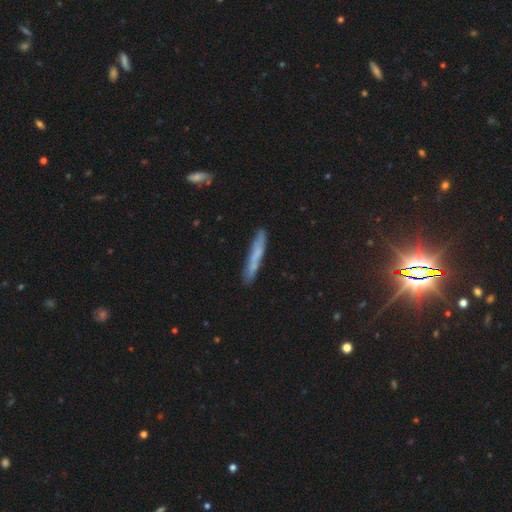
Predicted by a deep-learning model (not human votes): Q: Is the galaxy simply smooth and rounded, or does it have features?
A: smooth — 59%.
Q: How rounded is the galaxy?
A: cigar-shaped — 94%.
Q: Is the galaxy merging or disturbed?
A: none — 82%.